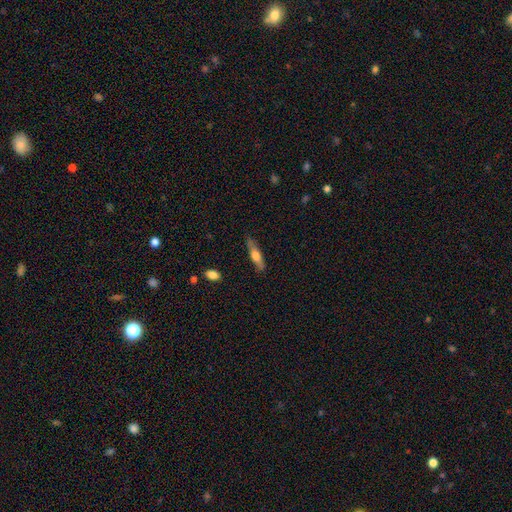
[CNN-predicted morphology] type=smooth (53%); roundness=cigar-shaped (73%); merging=none (80%).